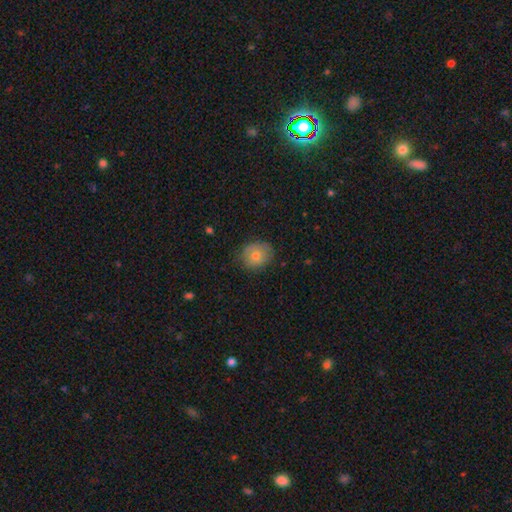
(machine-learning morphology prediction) smooth-or-featured: smooth: 69% | featured or disk: 22% | star or artifact: 9%
  how-rounded: round: 71% | in between: 28% | cigar-shaped: 1%
  merging: none: 74% | minor disturbance: 20% | major disturbance: 4% | merger: 1%